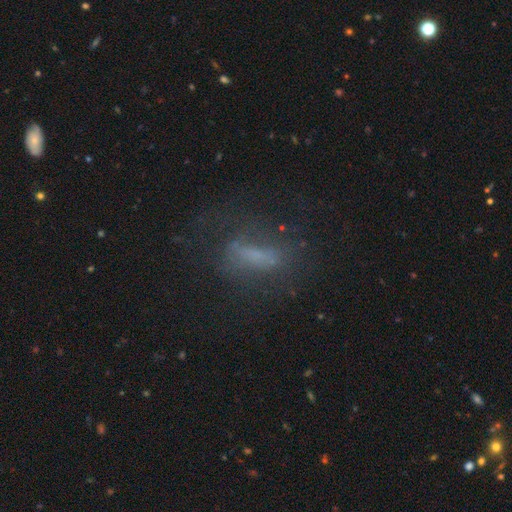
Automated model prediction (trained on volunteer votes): This is marginally a smooth galaxy (45%). Merging: likely none (61%).